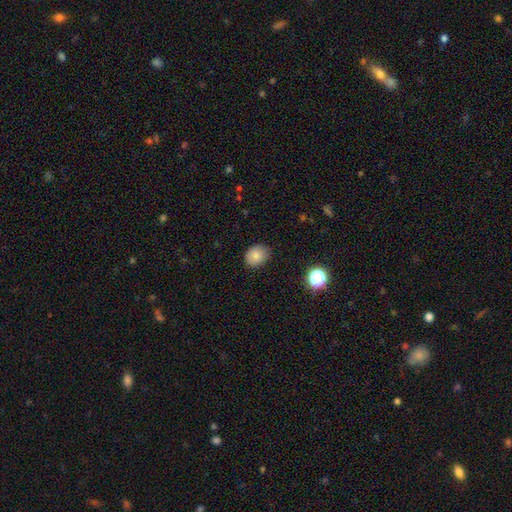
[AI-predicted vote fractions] A smooth galaxy with no disk features (80%) that is round (51%). Merging: none (83%).